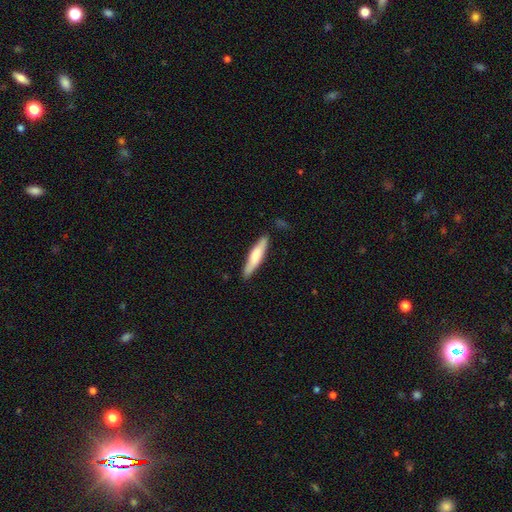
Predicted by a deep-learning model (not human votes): Morphology: type=smooth (66%); roundness=cigar-shaped (85%); merging=none (86%).